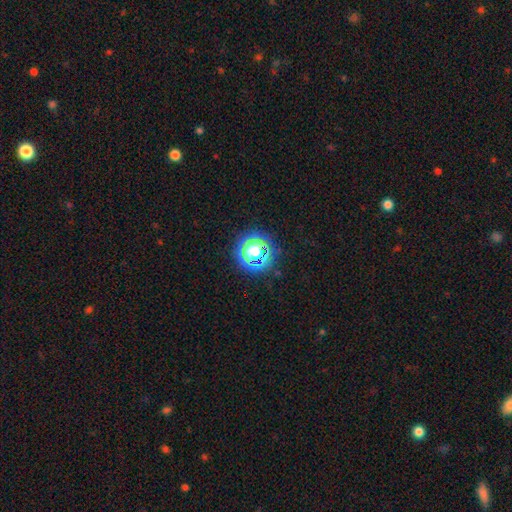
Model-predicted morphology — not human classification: Q: Smooth or featured?
A: star or artifact (56%); runner-up: smooth (32%)